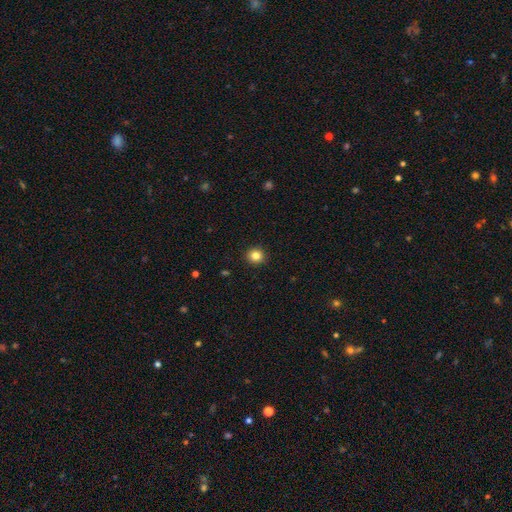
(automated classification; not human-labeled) Q: Smooth or featured?
A: smooth (84%); runner-up: star or artifact (11%)
Q: How rounded?
A: round (93%); runner-up: in between (6%)
Q: Merging?
A: none (93%); runner-up: minor disturbance (5%)